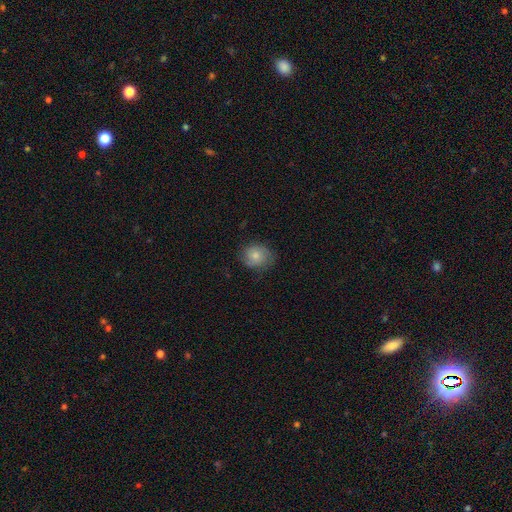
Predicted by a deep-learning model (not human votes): Morphology: type=smooth (76%); roundness=round (73%); merging=none (72%).